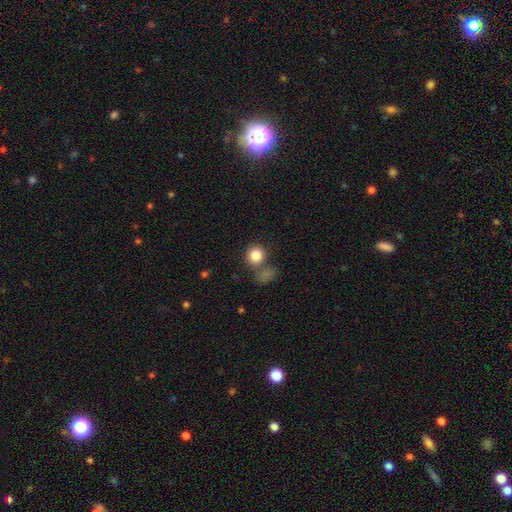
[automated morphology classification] Smooth or featured: smooth — 84% (star or artifact — 10%)
How rounded: round — 88% (in between — 11%)
Merging: none — 63% (merger — 20%)